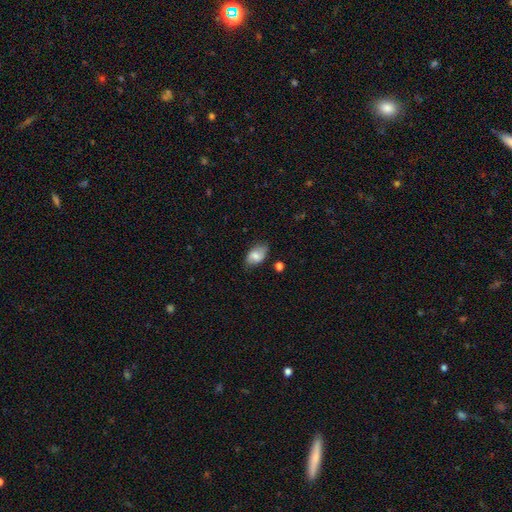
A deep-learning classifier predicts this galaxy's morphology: smooth-or-featured: smooth: 64% | featured or disk: 28% | star or artifact: 8%
  how-rounded: in between: 90% | round: 8% | cigar-shaped: 2%
  merging: none: 72% | minor disturbance: 22% | major disturbance: 5% | merger: 2%